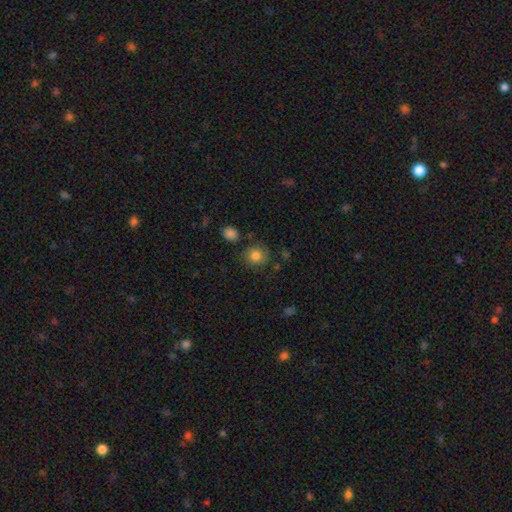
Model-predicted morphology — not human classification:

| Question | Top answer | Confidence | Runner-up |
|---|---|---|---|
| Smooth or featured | smooth | 82% | star or artifact (10%) |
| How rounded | round | 87% | in between (12%) |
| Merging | none | 83% | minor disturbance (10%) |